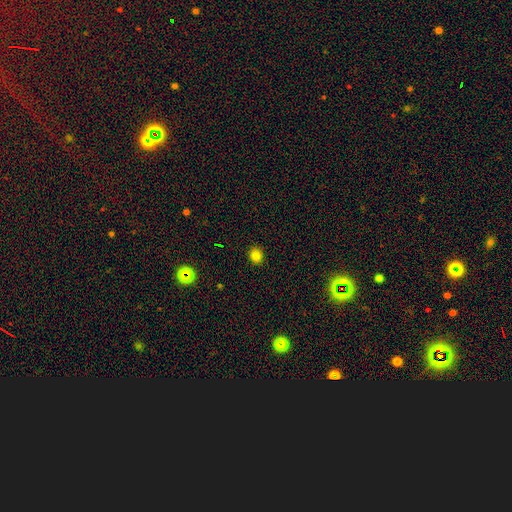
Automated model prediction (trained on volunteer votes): Smooth or featured: smooth — 80% (star or artifact — 15%)
How rounded: round — 78% (in between — 21%)
Merging: none — 90% (minor disturbance — 7%)